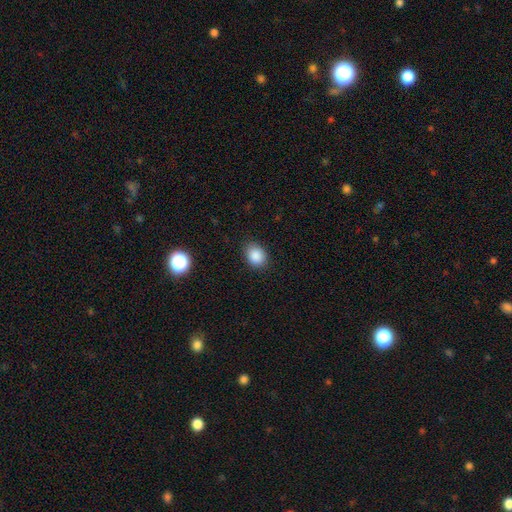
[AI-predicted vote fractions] This appears to be a smooth galaxy with no disk features (87%) that is in between round and cigar-shaped (56%). Merging: none (86%).